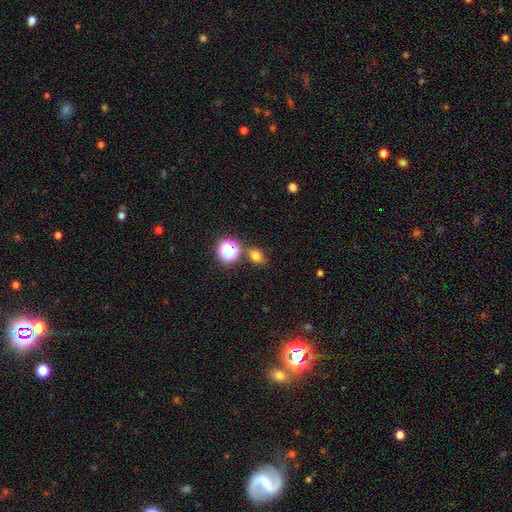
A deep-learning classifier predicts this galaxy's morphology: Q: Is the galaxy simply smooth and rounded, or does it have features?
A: smooth — 69%.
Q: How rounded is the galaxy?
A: in between — 55%.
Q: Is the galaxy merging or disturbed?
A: none — 74%.